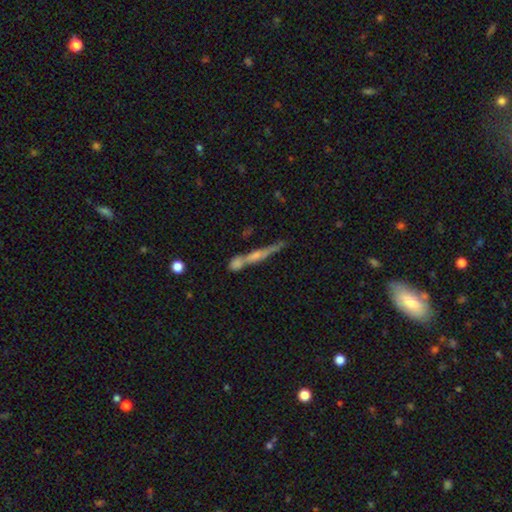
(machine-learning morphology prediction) This appears to be a featured or disk galaxy (58%) viewed edge-on (89%) with a rounded central bulge (54%). Merging: none (53%).